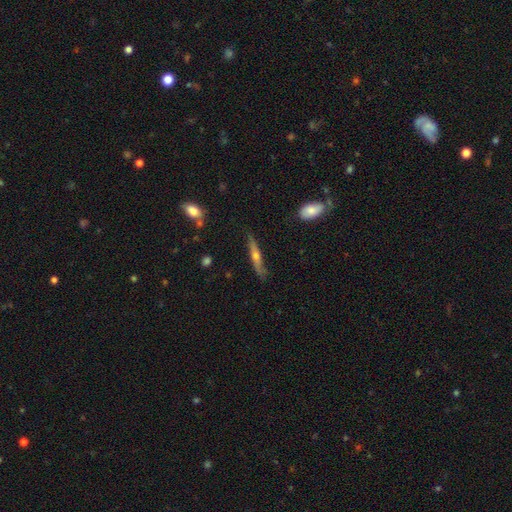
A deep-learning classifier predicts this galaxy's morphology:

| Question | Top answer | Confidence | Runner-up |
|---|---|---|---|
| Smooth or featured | featured or disk | 60% | smooth (33%) |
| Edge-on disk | yes | 92% | no (8%) |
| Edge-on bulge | rounded | 87% | none (9%) |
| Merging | none | 78% | minor disturbance (17%) |